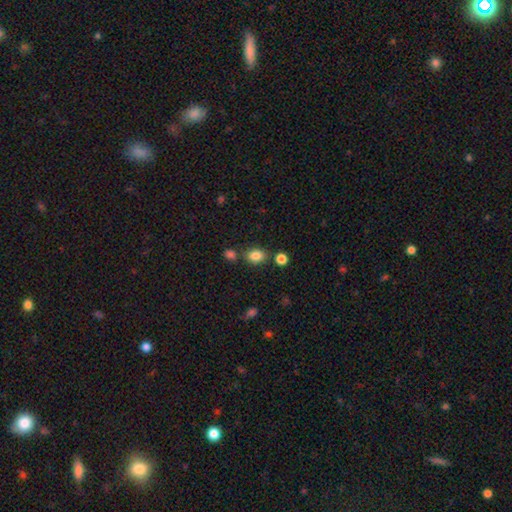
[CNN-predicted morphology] smooth 84%, star or artifact 11%, featured or disk 6%. Down the decision tree: how rounded — in between (66%); merging — none (73%).